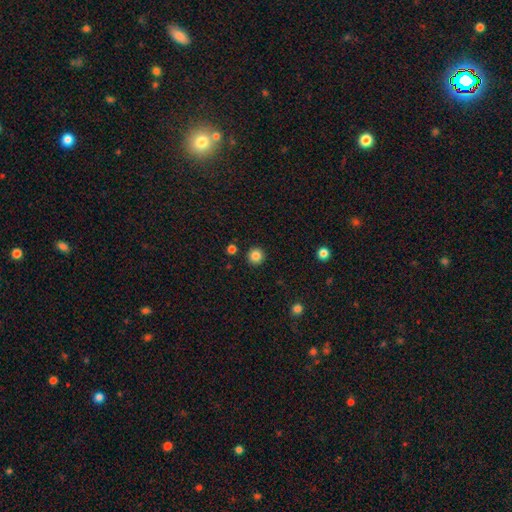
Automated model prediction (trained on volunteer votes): The model was most divided on "smooth or featured": smooth: 84%, star or artifact: 11%, featured or disk: 4%. More confident: how rounded — round (96%); merging — none (92%).